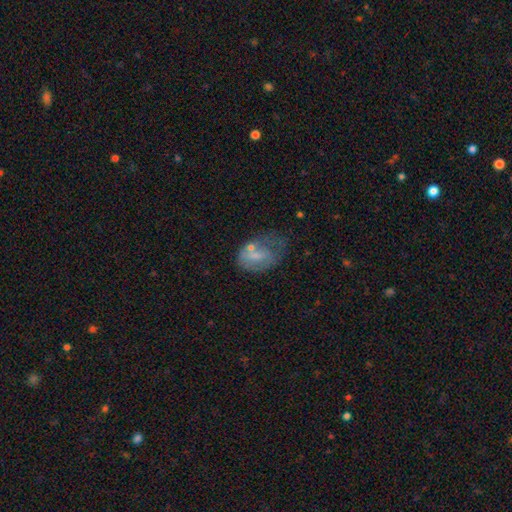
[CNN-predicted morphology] Smooth or featured: smooth — 50% (featured or disk — 41%)
How rounded: in between — 81% (round — 17%)
Merging: major disturbance — 31% (minor disturbance — 29%)